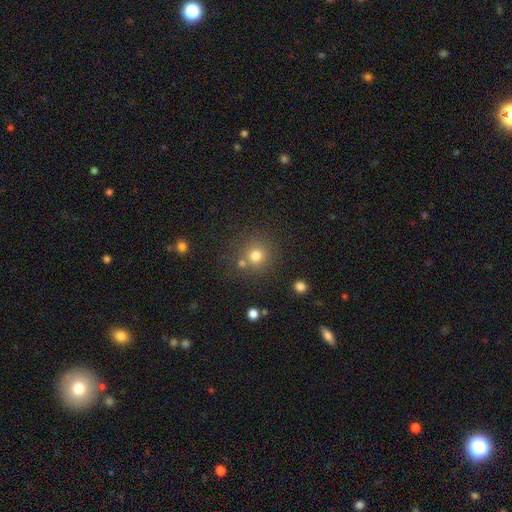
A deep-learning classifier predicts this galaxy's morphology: This is likely a smooth galaxy (76%). How rounded: clearly round (92%). Merging: likely none (74%).